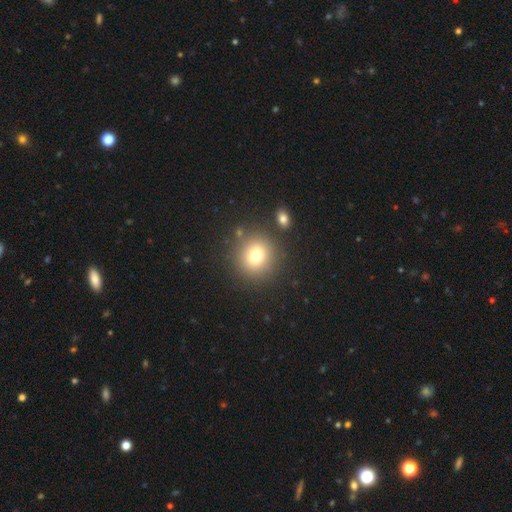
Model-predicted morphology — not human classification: A smooth galaxy with no disk features (77%) that is round (86%).

Vote fractions:
- Smooth or featured? smooth: 77% / star or artifact: 13% / featured or disk: 10%
- How rounded? round: 86% / in between: 13% / cigar-shaped: 1%
- Merging? none: 83% / minor disturbance: 8% / merger: 6% / major disturbance: 3%